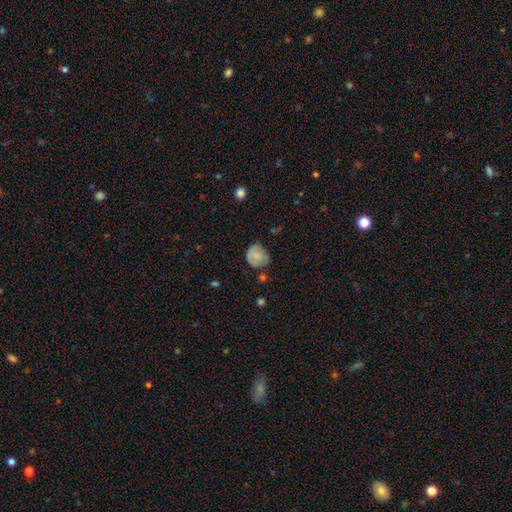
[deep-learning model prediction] This appears to be a smooth galaxy with no disk features (70%) that is round (78%). Merging: none (61%).